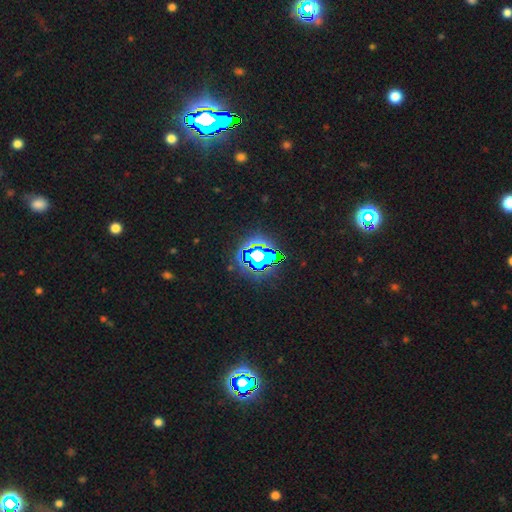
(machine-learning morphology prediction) This appears to be a star or artifact, not a galaxy (70%).